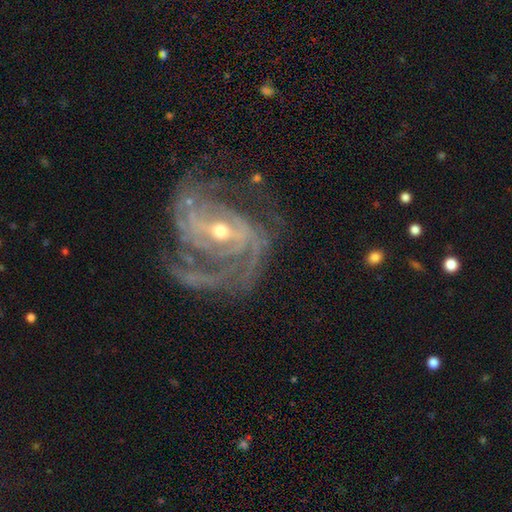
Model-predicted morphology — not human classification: Q: Smooth or featured?
A: featured or disk (89%); runner-up: star or artifact (7%)
Q: Edge-on disk?
A: no (97%); runner-up: yes (3%)
Q: Bar?
A: weak (38%); runner-up: strong (37%)
Q: Spiral arms?
A: yes (96%); runner-up: no (4%)
Q: Spiral winding?
A: medium (48%); runner-up: tight (36%)
Q: Spiral arm count?
A: 2 (46%); runner-up: 3 (20%)
Q: Bulge size?
A: small (59%); runner-up: moderate (37%)
Q: Merging?
A: none (56%); runner-up: major disturbance (22%)